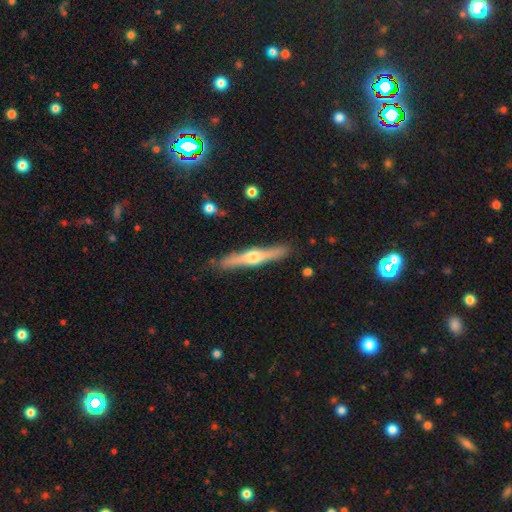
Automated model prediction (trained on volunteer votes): A featured or disk galaxy (67%) viewed edge-on (97%) with a rounded central bulge (92%).

Vote fractions:
- Smooth or featured? featured or disk: 67% / smooth: 27% / star or artifact: 5%
- Edge-on disk? yes: 97% / no: 3%
- Edge-on bulge? rounded: 92% / boxy: 4% / none: 3%
- Merging? none: 87% / minor disturbance: 10% / major disturbance: 2% / merger: 2%